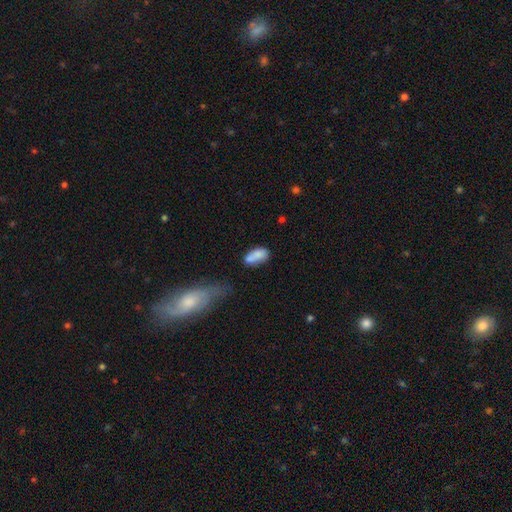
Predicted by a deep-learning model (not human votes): Smooth or featured? Predicted: smooth (p=0.78). How rounded? Predicted: in between (p=0.86). Merging? Predicted: none (p=0.46).